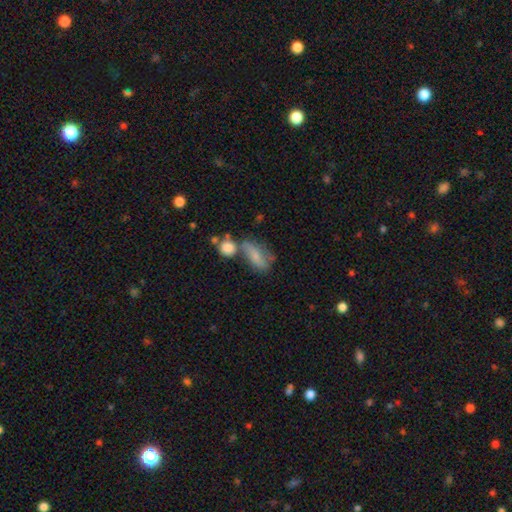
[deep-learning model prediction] Q: Smooth or featured?
A: smooth (67%); runner-up: featured or disk (24%)
Q: How rounded?
A: in between (75%); runner-up: cigar-shaped (16%)
Q: Merging?
A: none (36%); runner-up: merger (29%)